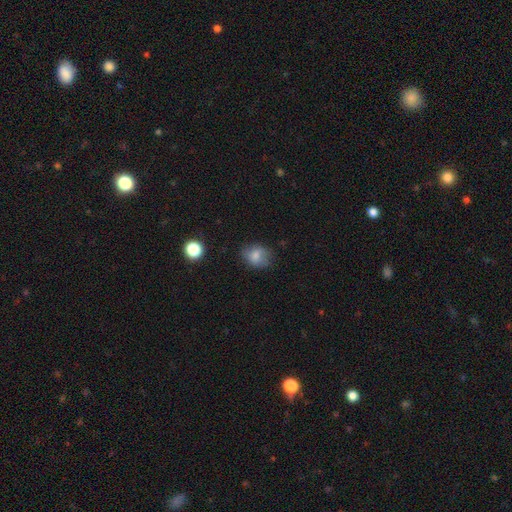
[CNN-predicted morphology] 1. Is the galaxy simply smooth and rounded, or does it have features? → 78% smooth, 12% featured or disk, 10% star or artifact.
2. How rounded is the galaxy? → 53% in between, 46% round, 1% cigar-shaped.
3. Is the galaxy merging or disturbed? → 68% none, 23% minor disturbance, 7% major disturbance, 2% merger.